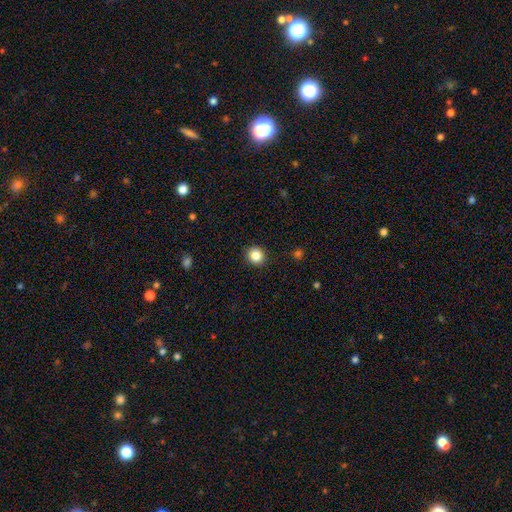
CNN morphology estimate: Smooth or featured? Predicted: smooth (p=0.85). How rounded? Predicted: round (p=0.89). Merging? Predicted: none (p=0.92).